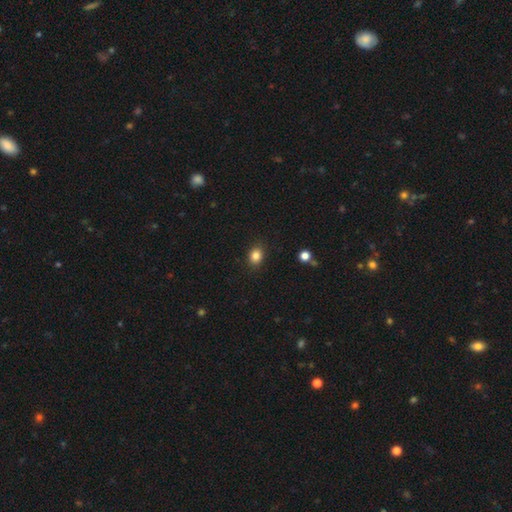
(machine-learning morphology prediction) smooth_or_featured: smooth (p=0.84) [alt: star or artifact p=0.11]
how_rounded: round (p=0.51) [alt: in between p=0.48]
merging: none (p=0.88) [alt: minor disturbance p=0.09]